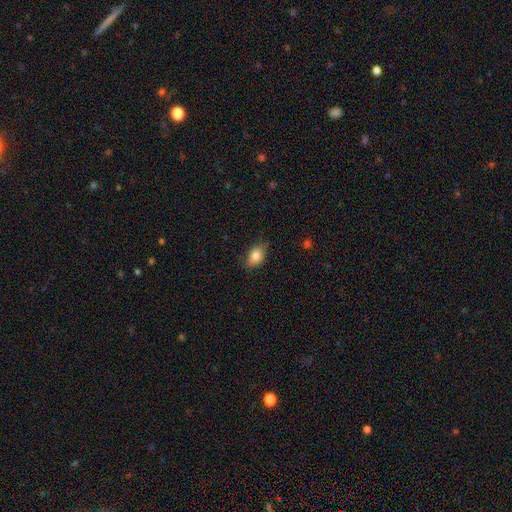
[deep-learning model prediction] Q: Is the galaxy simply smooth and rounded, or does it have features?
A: smooth — 83%.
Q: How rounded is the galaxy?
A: in between — 77%.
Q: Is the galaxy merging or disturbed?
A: none — 75%.